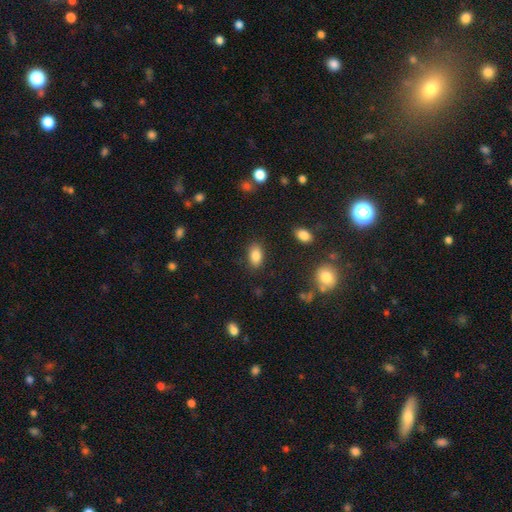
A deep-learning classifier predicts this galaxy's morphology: This appears to be a smooth galaxy with no disk features (85%) that is in between round and cigar-shaped (90%). Merging: none (86%).